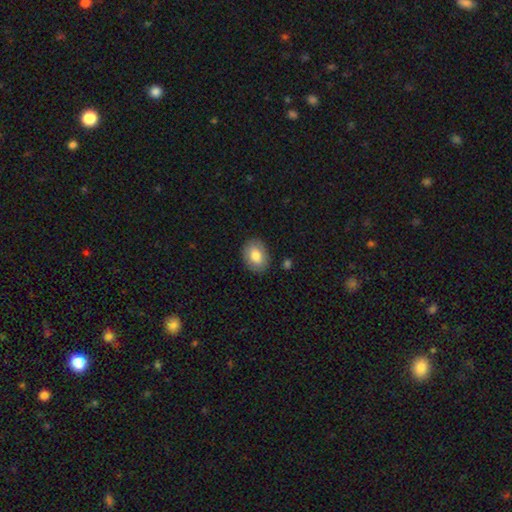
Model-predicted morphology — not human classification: smooth-or-featured: smooth: 80% | featured or disk: 13% | star or artifact: 7%
  how-rounded: in between: 74% | round: 25% | cigar-shaped: 1%
  merging: none: 86% | minor disturbance: 10% | major disturbance: 3% | merger: 2%